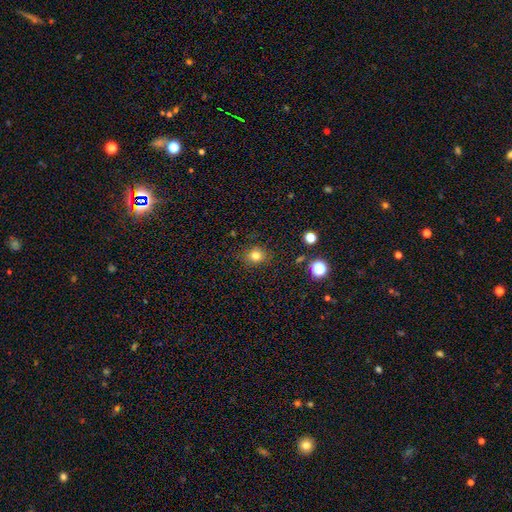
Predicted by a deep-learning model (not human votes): smooth 79%, star or artifact 15%, featured or disk 6%. Down the decision tree: how rounded — round (78%); merging — none (85%).